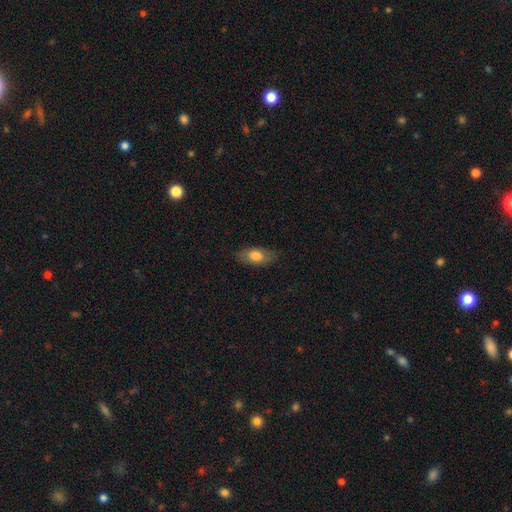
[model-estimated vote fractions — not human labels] Overall: smooth (72%). How rounded: in between (86%). Merging: none (79%).